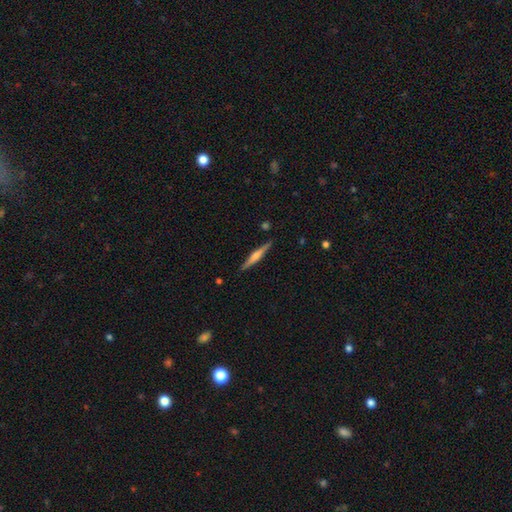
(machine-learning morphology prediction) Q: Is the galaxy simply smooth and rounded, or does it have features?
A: featured or disk — 67%.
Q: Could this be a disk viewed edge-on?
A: yes — 98%.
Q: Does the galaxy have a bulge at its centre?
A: rounded — 70%.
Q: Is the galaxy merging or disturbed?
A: none — 90%.